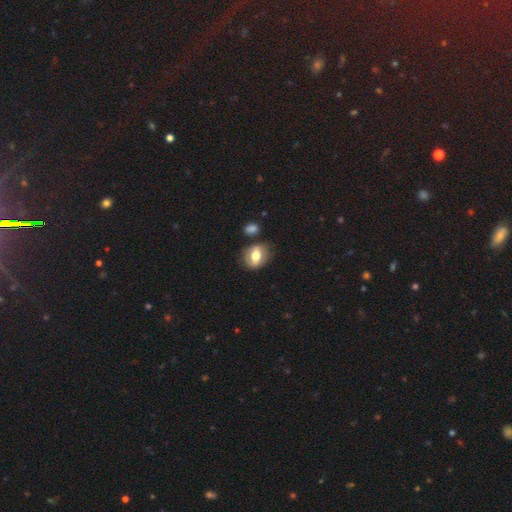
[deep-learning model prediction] This appears to be a smooth galaxy with no disk features (59%) that is in between round and cigar-shaped (63%). Merging: none (71%).